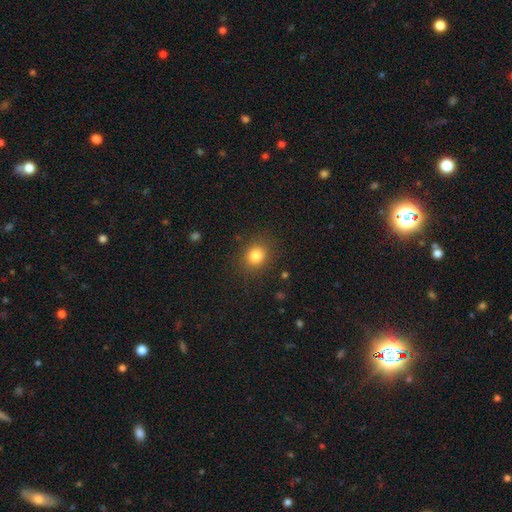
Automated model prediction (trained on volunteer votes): A smooth galaxy with no disk features (82%) that is round (74%).

Vote fractions:
- Smooth or featured? smooth: 82% / star or artifact: 12% / featured or disk: 6%
- How rounded? round: 74% / in between: 26% / cigar-shaped: 1%
- Merging? none: 86% / minor disturbance: 9% / major disturbance: 4% / merger: 1%